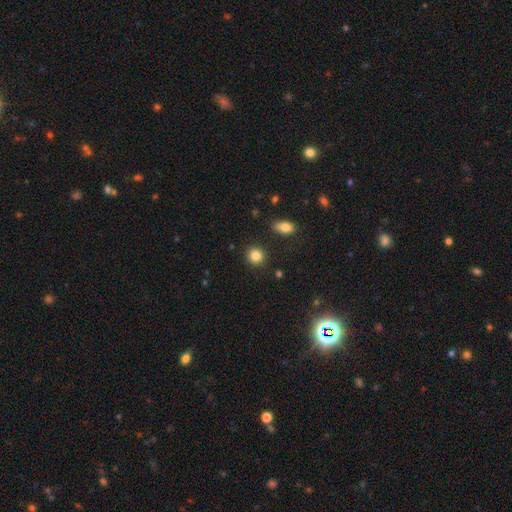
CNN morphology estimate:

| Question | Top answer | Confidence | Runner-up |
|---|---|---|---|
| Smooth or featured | smooth | 85% | star or artifact (10%) |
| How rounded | round | 87% | in between (12%) |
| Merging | none | 89% | minor disturbance (7%) |